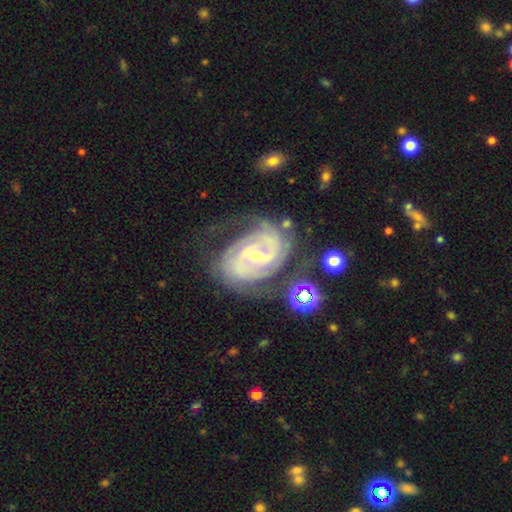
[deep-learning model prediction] This is clearly a featured or disk galaxy (89%). It is clearly not viewed edge-on (97%). Bar: possibly weak (50%). Spiral arm pattern: clearly yes (97%). Spiral arm count: possibly 2 (55%). Spiral winding: possibly tight (55%). Central bulge: likely small (61%). Merging: possibly none (58%).